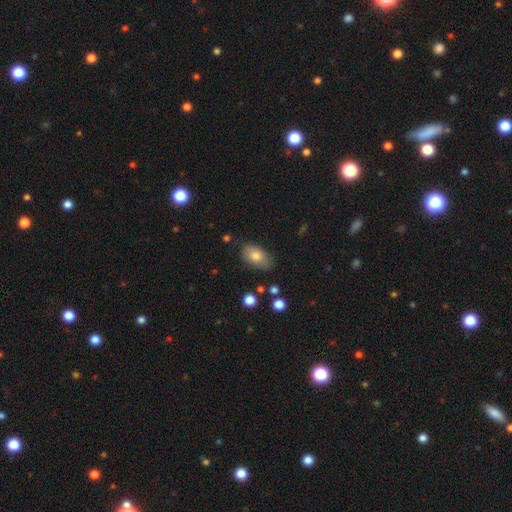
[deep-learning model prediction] Smooth or featured: smooth — 79% (featured or disk — 13%)
How rounded: in between — 91% (round — 8%)
Merging: none — 75% (minor disturbance — 19%)